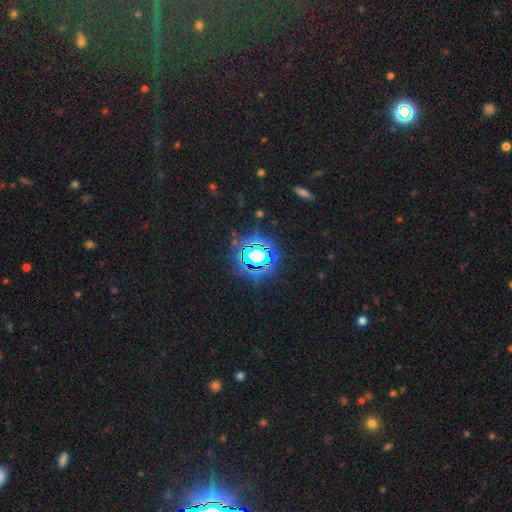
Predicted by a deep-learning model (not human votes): Morphology: type=star or artifact (75%).